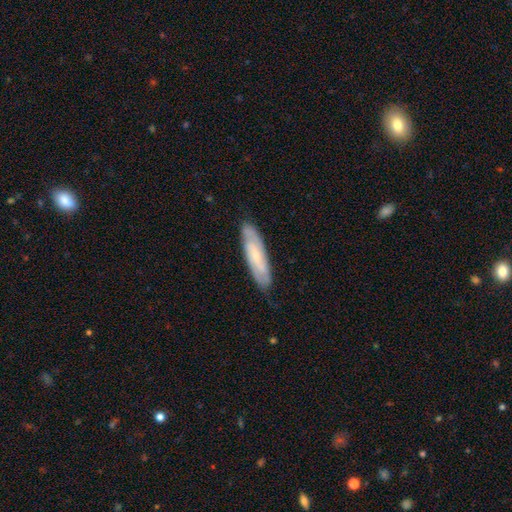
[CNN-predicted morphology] type=featured or disk (50%); edge-on=no (69%); merging=none (82%).